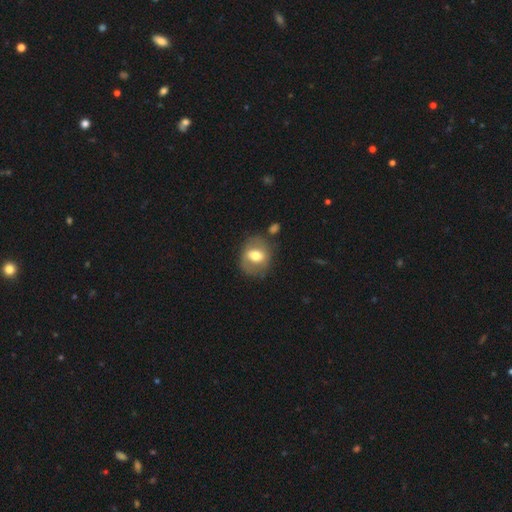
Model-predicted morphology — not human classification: smooth 52%, featured or disk 41%, star or artifact 7%. Down the decision tree: how rounded — round (54%); merging — none (69%).